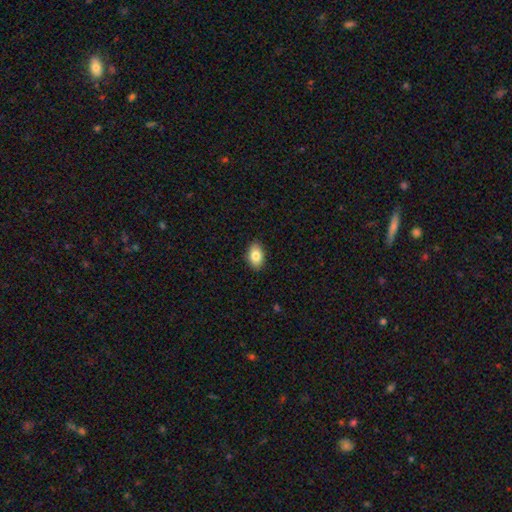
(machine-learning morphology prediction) smooth_or_featured: smooth (p=0.83) [alt: featured or disk p=0.09]
how_rounded: in between (p=0.90) [alt: round p=0.08]
merging: none (p=0.89) [alt: minor disturbance p=0.08]